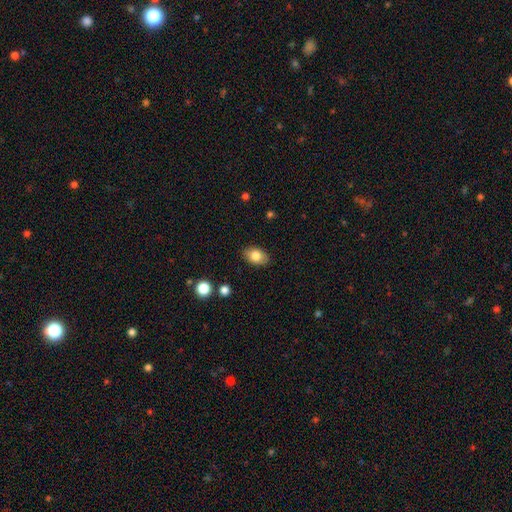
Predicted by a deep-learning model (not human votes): Overall: smooth (82%). How rounded: in between (84%). Merging: none (87%).